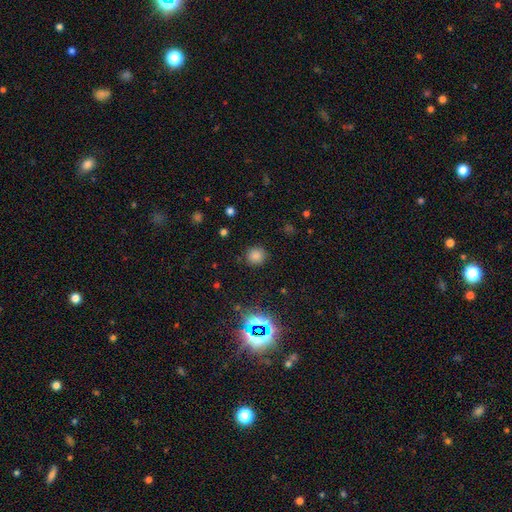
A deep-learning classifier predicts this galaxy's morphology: Smooth or featured? Predicted: smooth (p=0.78). How rounded? Predicted: round (p=0.92). Merging? Predicted: none (p=0.88).